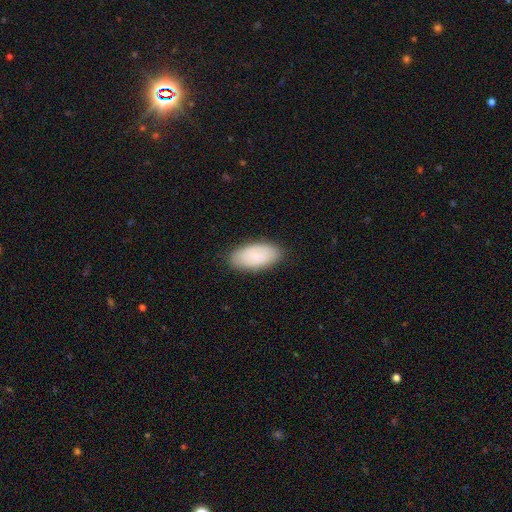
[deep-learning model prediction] smooth_or_featured: smooth (p=0.71) [alt: featured or disk p=0.22]
how_rounded: in between (p=0.94) [alt: cigar-shaped p=0.04]
merging: none (p=0.85) [alt: minor disturbance p=0.11]